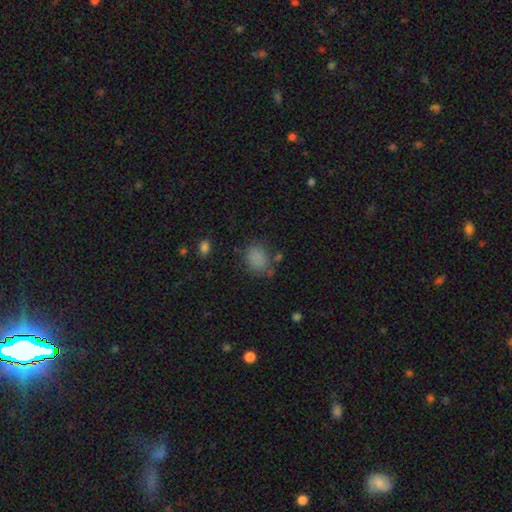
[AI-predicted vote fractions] smooth_or_featured: smooth (p=0.82) [alt: star or artifact p=0.12]
how_rounded: in between (p=0.52) [alt: round p=0.47]
merging: none (p=0.69) [alt: minor disturbance p=0.19]